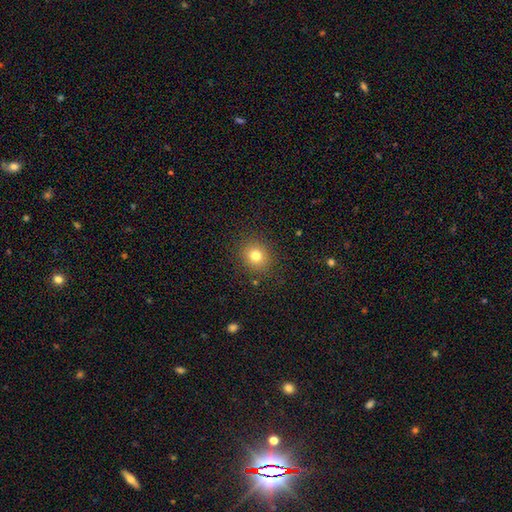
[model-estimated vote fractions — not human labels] Smooth or featured? Predicted: smooth (p=0.78). How rounded? Predicted: round (p=0.79). Merging? Predicted: none (p=0.86).